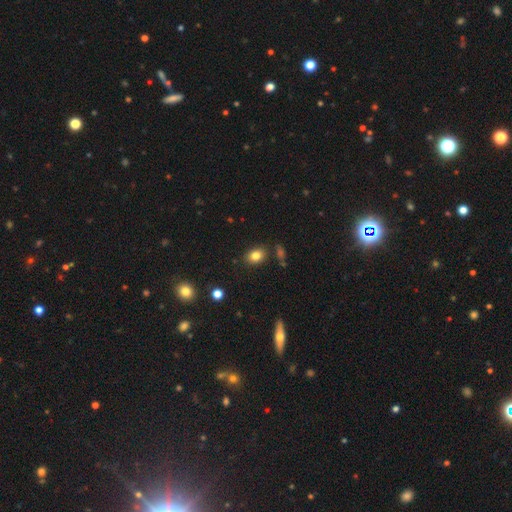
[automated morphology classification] A smooth galaxy with no disk features (82%) that is in between round and cigar-shaped (67%).

Vote fractions:
- Smooth or featured? smooth: 82% / star or artifact: 11% / featured or disk: 7%
- How rounded? in between: 67% / round: 32% / cigar-shaped: 1%
- Merging? none: 83% / minor disturbance: 11% / merger: 4% / major disturbance: 3%